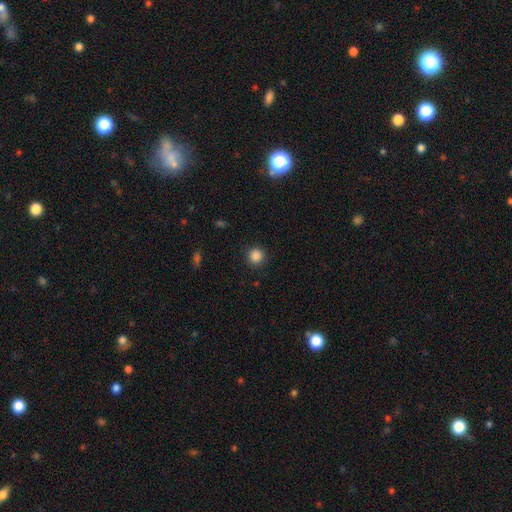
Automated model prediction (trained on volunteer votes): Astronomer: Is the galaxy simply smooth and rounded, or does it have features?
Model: smooth — 87%.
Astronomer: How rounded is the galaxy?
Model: round — 94%.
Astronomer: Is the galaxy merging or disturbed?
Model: none — 91%.